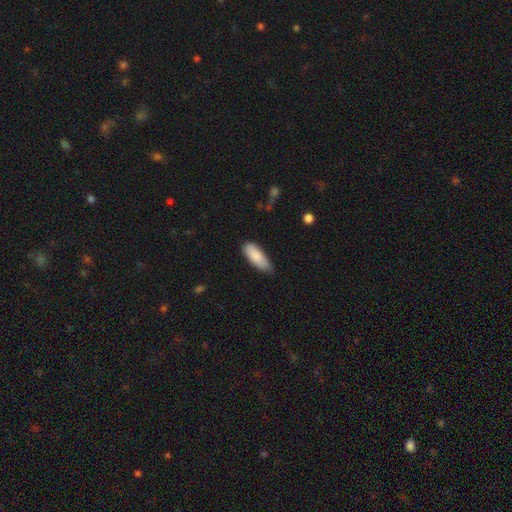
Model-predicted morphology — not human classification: The model was most divided on "merging": none: 61%, minor disturbance: 33%, major disturbance: 5%, merger: 2%. More confident: smooth or featured — smooth (86%); how rounded — in between (74%).